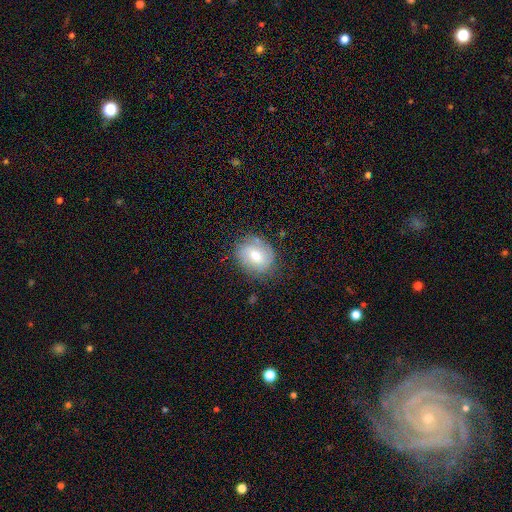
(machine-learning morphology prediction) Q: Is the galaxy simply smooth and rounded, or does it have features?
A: smooth — 56%.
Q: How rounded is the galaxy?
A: round — 51%.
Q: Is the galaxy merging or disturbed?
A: none — 73%.